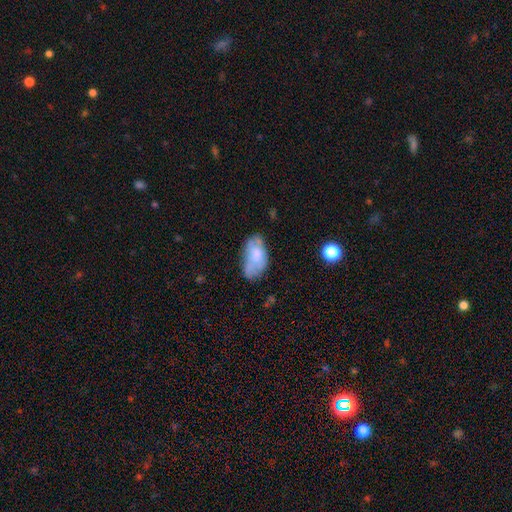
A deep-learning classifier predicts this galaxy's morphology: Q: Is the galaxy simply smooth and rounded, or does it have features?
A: smooth — 63%.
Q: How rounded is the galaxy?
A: in between — 94%.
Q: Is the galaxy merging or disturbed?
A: none — 49%.